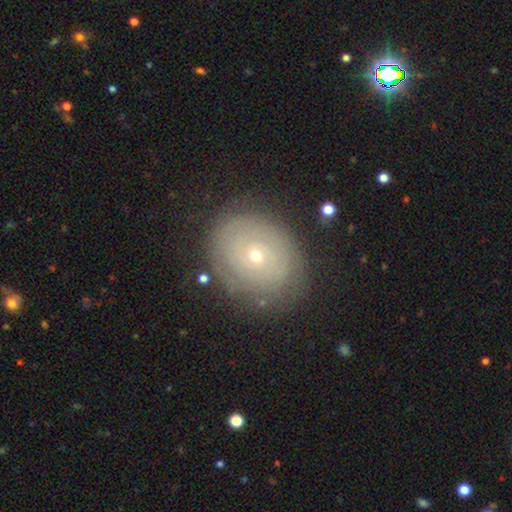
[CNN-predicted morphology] The model was most divided on "smooth or featured": featured or disk: 49%, smooth: 40%, star or artifact: 11%. More confident: merging — none (81%).